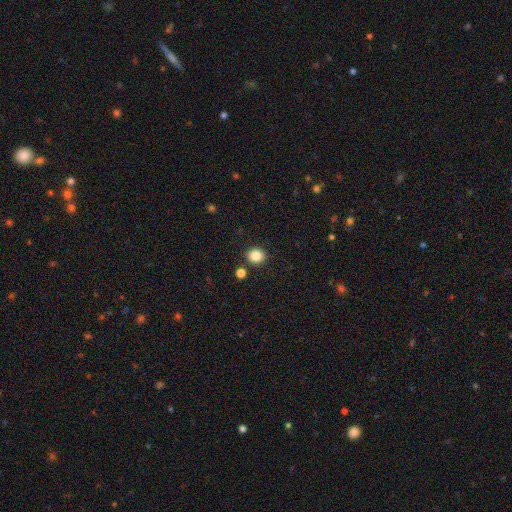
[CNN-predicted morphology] Smooth or featured: smooth — 85% (star or artifact — 11%)
How rounded: round — 84% (in between — 15%)
Merging: none — 88% (minor disturbance — 6%)